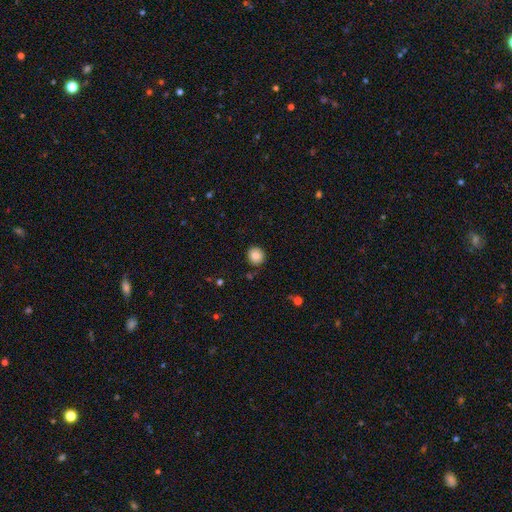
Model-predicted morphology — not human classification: Smooth or featured? Predicted: smooth (p=0.85). How rounded? Predicted: round (p=0.85). Merging? Predicted: none (p=0.87).